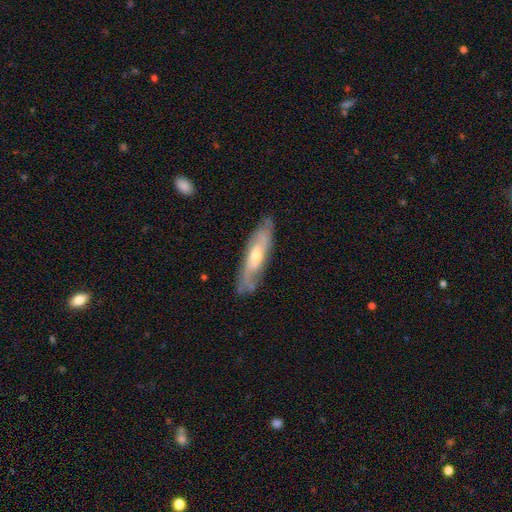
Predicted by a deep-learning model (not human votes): A featured or disk galaxy (69%). Merging: none (77%).